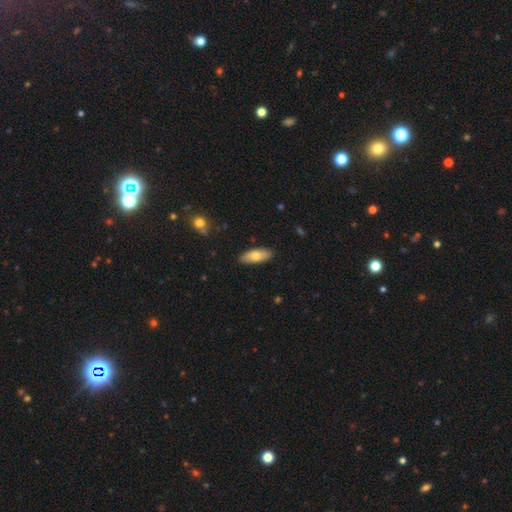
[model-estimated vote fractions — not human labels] Overall: smooth (71%). How rounded: in between (78%). Merging: none (88%).